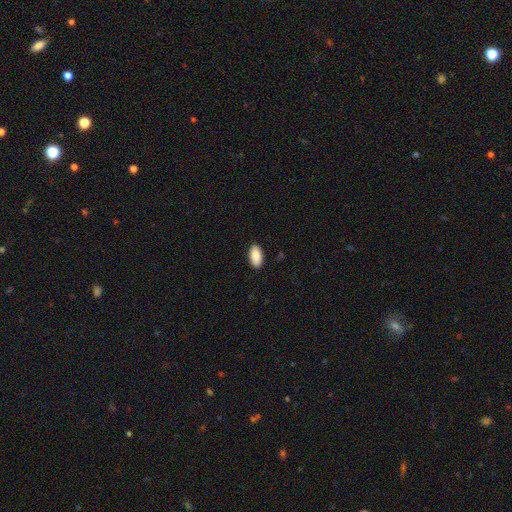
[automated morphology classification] Smooth or featured? smooth (90%)
How rounded? in between (94%)
Merging? none (89%)